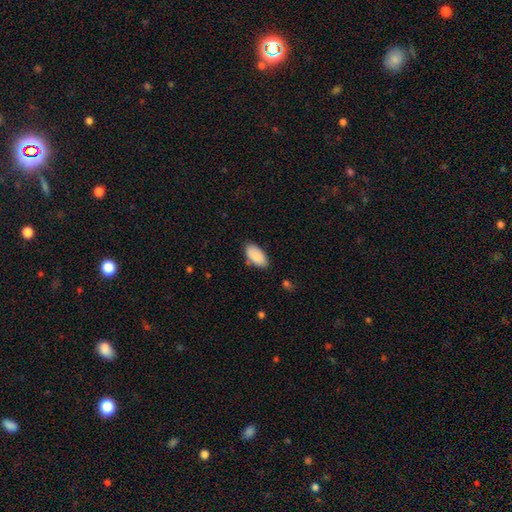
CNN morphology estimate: type=smooth (89%); roundness=in between (95%); merging=none (79%).